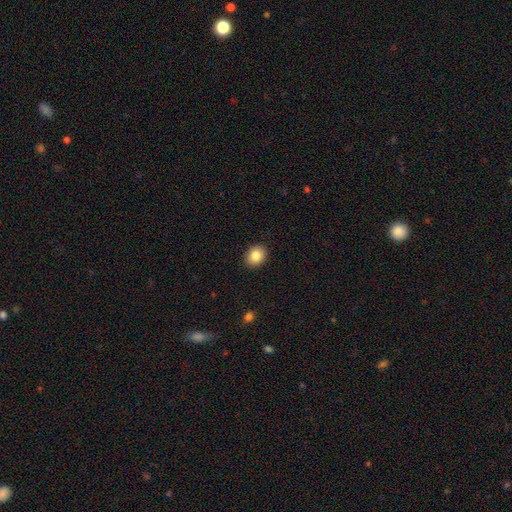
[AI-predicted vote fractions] Smooth or featured? Predicted: smooth (p=0.85). How rounded? Predicted: round (p=0.51). Merging? Predicted: none (p=0.91).